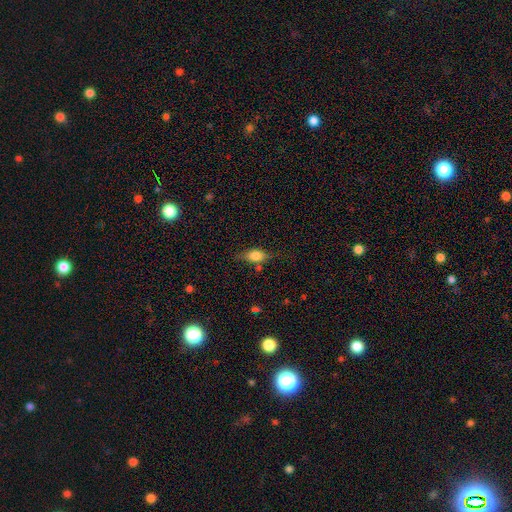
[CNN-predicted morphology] Smooth or featured? Predicted: smooth (p=0.75). How rounded? Predicted: in between (p=0.80). Merging? Predicted: none (p=0.63).